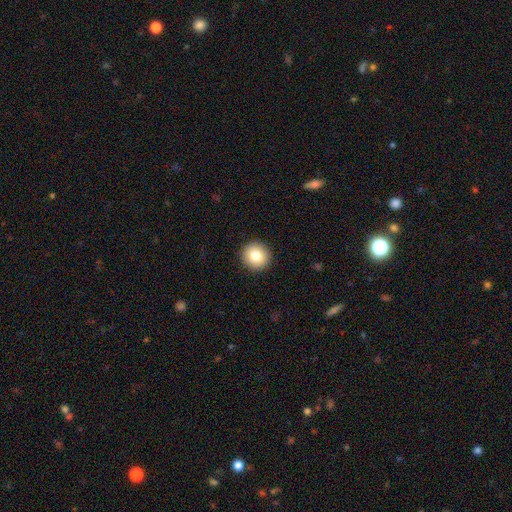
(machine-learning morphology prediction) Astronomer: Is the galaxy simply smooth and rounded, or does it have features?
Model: smooth — 83%.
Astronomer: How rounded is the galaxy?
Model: round — 94%.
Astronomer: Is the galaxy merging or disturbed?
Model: none — 93%.